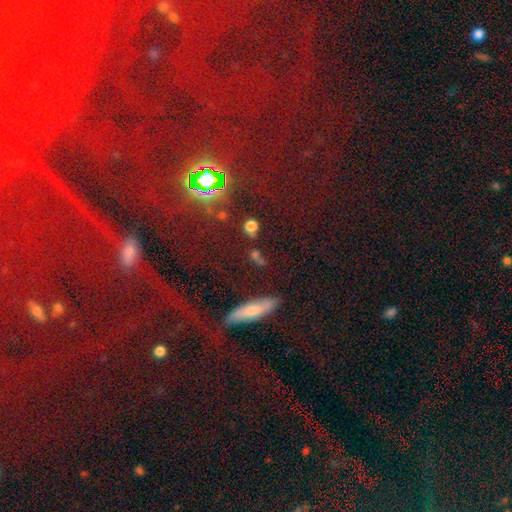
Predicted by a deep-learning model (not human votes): Overall: smooth (51%; star or artifact 31%). How rounded: cigar-shaped (40%; in between 34%). Merging: none (74%).